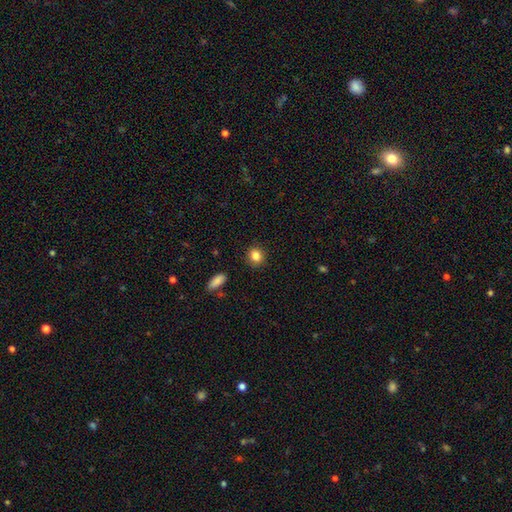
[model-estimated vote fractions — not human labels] Morphology: type=smooth (85%); roundness=round (75%); merging=none (89%).